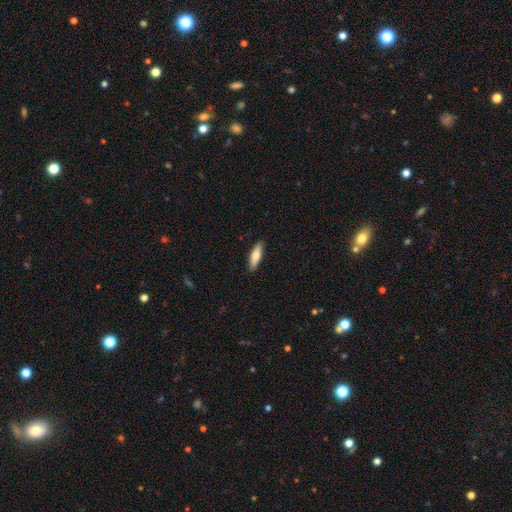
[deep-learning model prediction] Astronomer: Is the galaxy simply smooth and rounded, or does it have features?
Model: smooth — 64%.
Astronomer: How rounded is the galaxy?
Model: cigar-shaped — 60% (runner-up: in between, 38%).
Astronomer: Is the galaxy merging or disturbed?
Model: none — 90%.